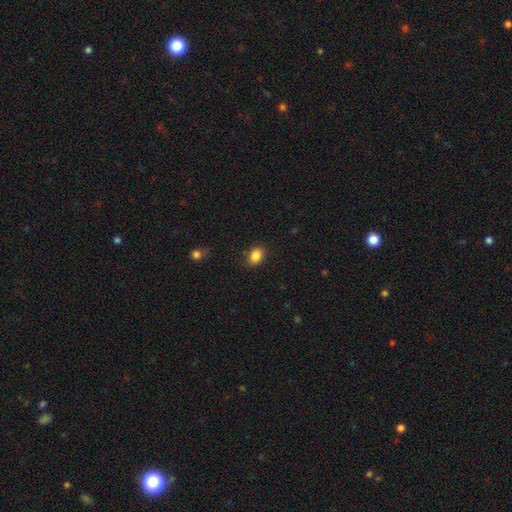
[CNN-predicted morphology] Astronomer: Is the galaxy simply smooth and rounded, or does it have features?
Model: smooth — 86%.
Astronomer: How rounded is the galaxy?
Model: in between — 68%.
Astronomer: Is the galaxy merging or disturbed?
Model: none — 85%.